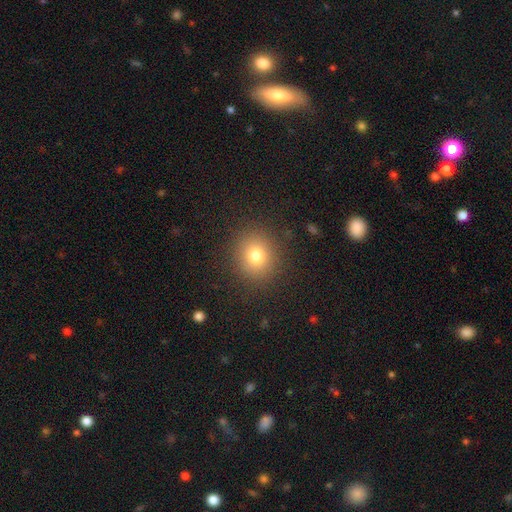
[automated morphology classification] The model was most divided on "smooth or featured": smooth: 78%, star or artifact: 13%, featured or disk: 9%. More confident: merging — none (88%); how rounded — round (84%).